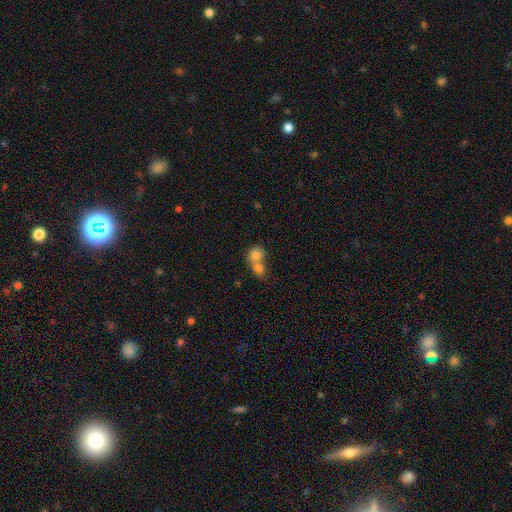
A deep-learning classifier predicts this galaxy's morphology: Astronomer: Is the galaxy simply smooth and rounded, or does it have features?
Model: smooth — 81%.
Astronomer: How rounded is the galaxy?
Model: round — 71%.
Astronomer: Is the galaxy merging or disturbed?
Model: merger — 66%.